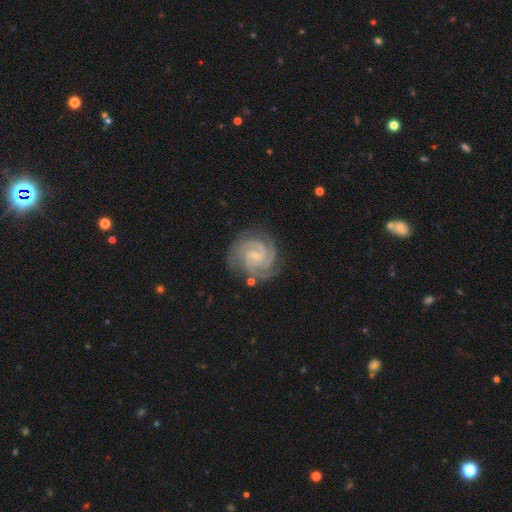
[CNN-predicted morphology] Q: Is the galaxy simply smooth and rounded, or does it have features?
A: featured or disk — 92%.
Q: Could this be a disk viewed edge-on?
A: no — 98%.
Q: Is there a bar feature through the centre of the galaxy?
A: no — 51%.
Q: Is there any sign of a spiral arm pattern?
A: yes — 99%.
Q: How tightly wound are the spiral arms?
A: tight — 73%.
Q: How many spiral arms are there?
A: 3 — 42%.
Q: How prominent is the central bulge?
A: small — 79%.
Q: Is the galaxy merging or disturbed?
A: none — 79%.